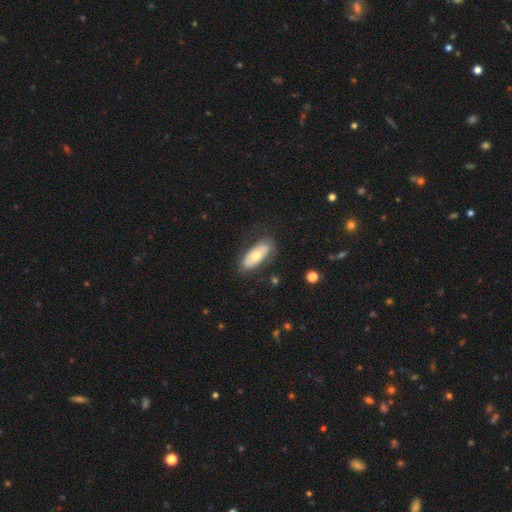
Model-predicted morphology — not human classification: Q: Smooth or featured?
A: smooth (53%); runner-up: featured or disk (42%)
Q: How rounded?
A: in between (87%); runner-up: cigar-shaped (10%)
Q: Merging?
A: none (75%); runner-up: minor disturbance (17%)